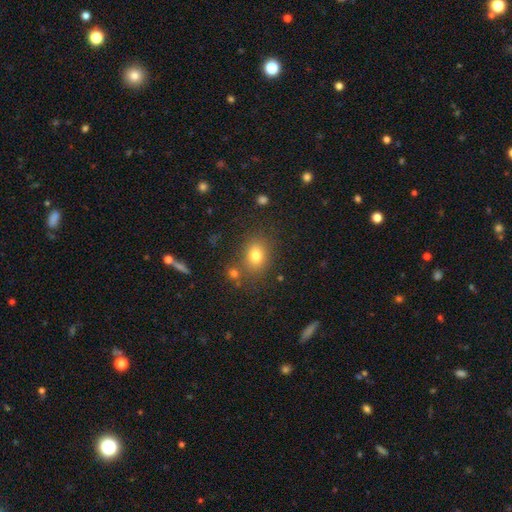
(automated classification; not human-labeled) Smooth or featured? Predicted: smooth (p=0.77). How rounded? Predicted: in between (p=0.54). Merging? Predicted: none (p=0.76).